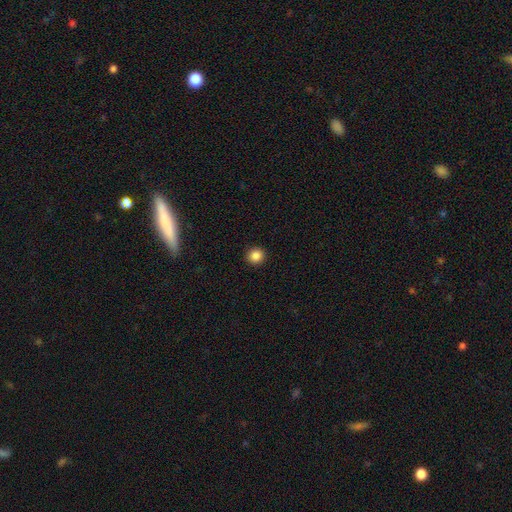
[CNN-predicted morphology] A smooth galaxy with no disk features (86%) that is round (91%). Merging: none (93%).